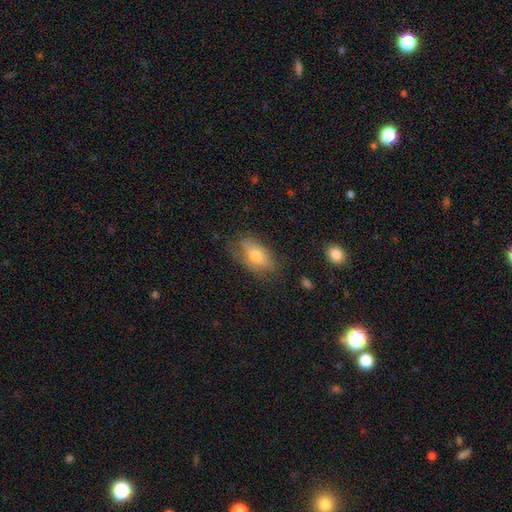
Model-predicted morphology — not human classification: Smooth or featured? smooth (62%)
How rounded? in between (81%)
Merging? none (69%)